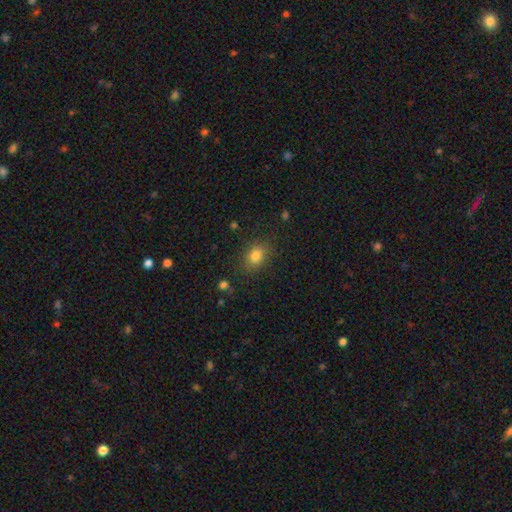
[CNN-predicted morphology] The model was most divided on "how rounded": in between: 65%, round: 33%, cigar-shaped: 1%. More confident: merging — none (81%); smooth or featured — smooth (81%).